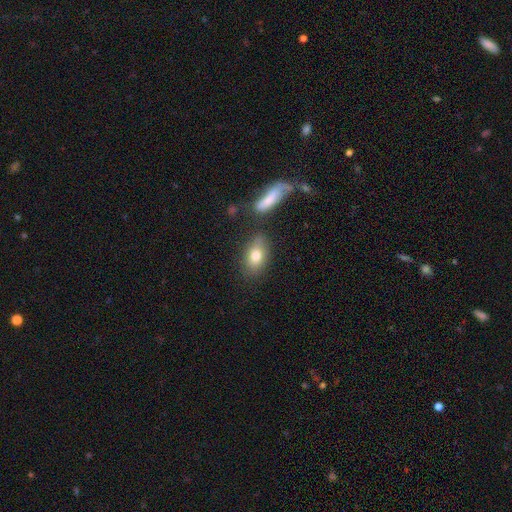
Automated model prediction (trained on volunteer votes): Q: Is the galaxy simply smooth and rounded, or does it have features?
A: smooth — 78%.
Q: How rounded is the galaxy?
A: in between — 84%.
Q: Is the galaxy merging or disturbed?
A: none — 69%.